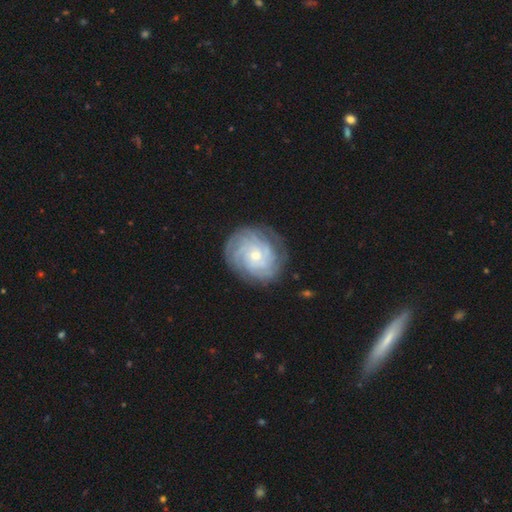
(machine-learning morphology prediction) Smooth or featured: featured or disk — 85% (smooth — 10%)
Edge-on disk: no — 98% (yes — 2%)
Bar: no — 74% (weak — 21%)
Spiral arms: yes — 97% (no — 3%)
Spiral winding: tight — 81% (medium — 16%)
Spiral arm count: can't tell — 32% (4 — 21%)
Bulge size: small — 48% (moderate — 47%)
Merging: none — 82% (minor disturbance — 13%)